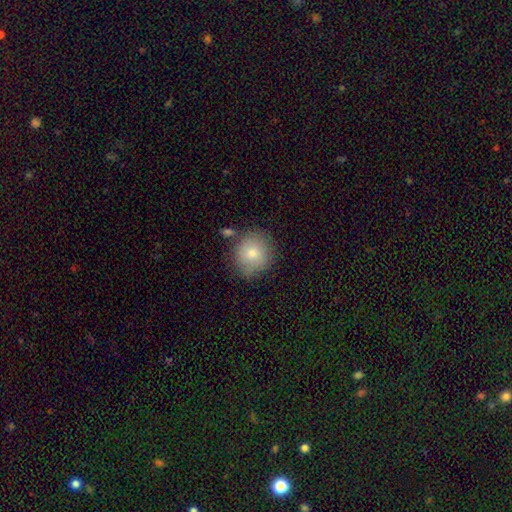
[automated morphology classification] This is likely a smooth galaxy (78%). How rounded: clearly round (87%). Merging: likely none (76%).